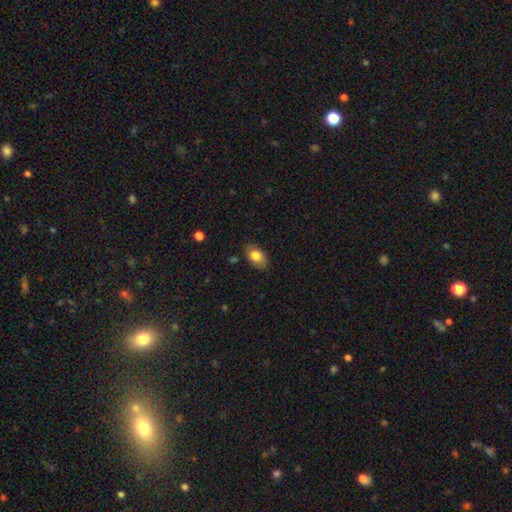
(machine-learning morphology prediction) A smooth galaxy with no disk features (79%) that is in between round and cigar-shaped (86%). Merging: none (78%).